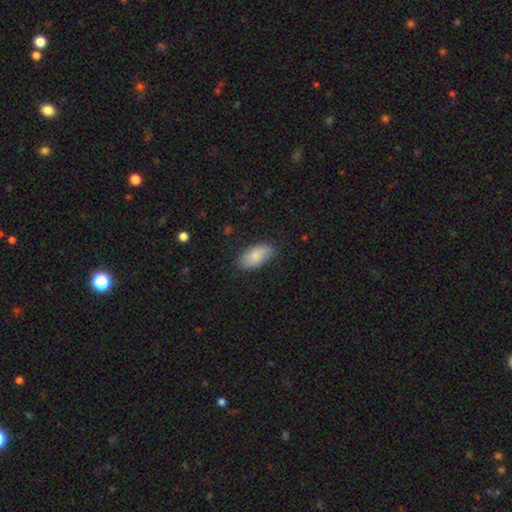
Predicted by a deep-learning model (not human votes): smooth 81%, featured or disk 12%, star or artifact 6%. Down the decision tree: how rounded — in between (93%); merging — none (81%).